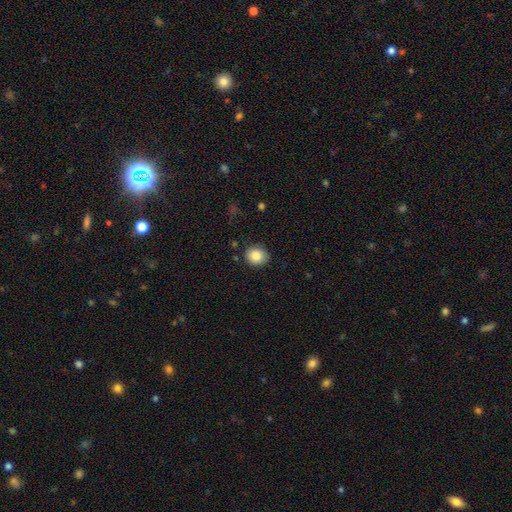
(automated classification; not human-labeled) A smooth galaxy with no disk features (85%) that is round (81%).

Vote fractions:
- Smooth or featured? smooth: 85% / star or artifact: 9% / featured or disk: 7%
- How rounded? round: 81% / in between: 18% / cigar-shaped: 1%
- Merging? none: 87% / minor disturbance: 9% / major disturbance: 2% / merger: 1%